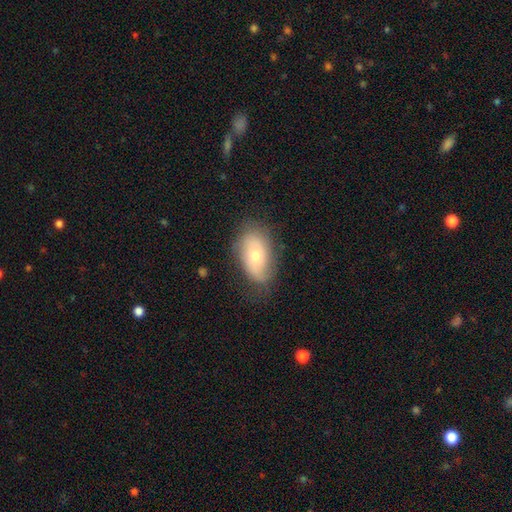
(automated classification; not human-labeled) A smooth galaxy with no disk features (54%) that is in between round and cigar-shaped (90%).

Vote fractions:
- Smooth or featured? smooth: 54% / featured or disk: 37% / star or artifact: 8%
- How rounded? in between: 90% / round: 8% / cigar-shaped: 2%
- Merging? none: 68% / minor disturbance: 23% / major disturbance: 7% / merger: 1%